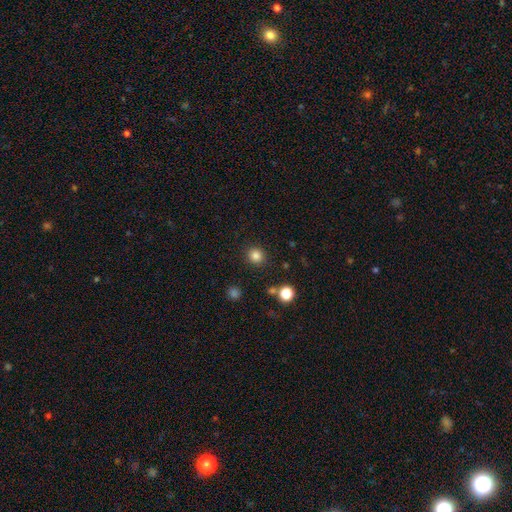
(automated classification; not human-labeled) Smooth or featured?
  - smooth: 83% *
  - star or artifact: 13%
  - featured or disk: 4%
How rounded?
  - round: 89% *
  - in between: 10%
  - cigar-shaped: 1%
Merging?
  - none: 90% *
  - minor disturbance: 6%
  - major disturbance: 2%
  - merger: 2%